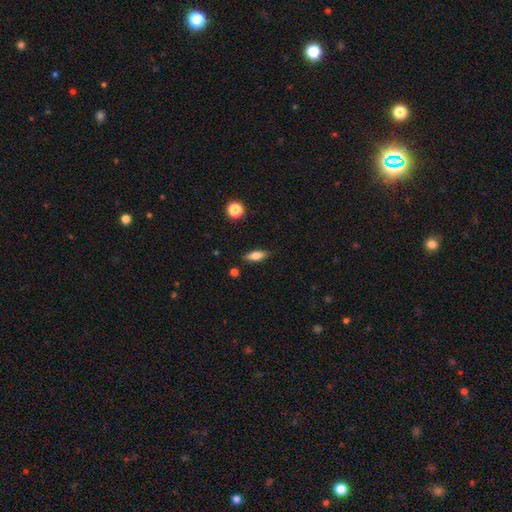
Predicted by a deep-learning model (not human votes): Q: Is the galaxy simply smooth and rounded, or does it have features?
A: smooth — 72%.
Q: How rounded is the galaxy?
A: in between — 66%.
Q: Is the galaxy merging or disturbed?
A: none — 85%.